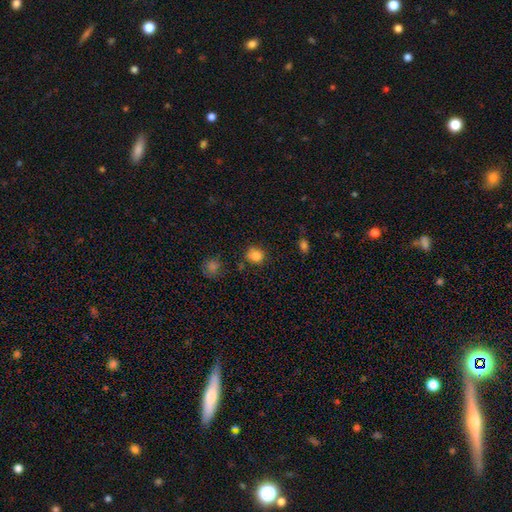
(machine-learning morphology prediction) The model was most divided on "merging": none: 73%, minor disturbance: 17%, merger: 5%, major disturbance: 4%. More confident: smooth or featured — smooth (82%); how rounded — round (79%).